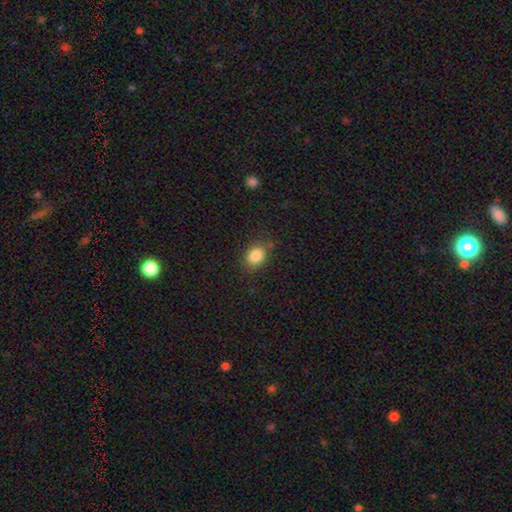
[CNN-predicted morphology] A smooth galaxy with no disk features (85%) that is in between round and cigar-shaped (59%).

Vote fractions:
- Smooth or featured? smooth: 85% / star or artifact: 10% / featured or disk: 5%
- How rounded? in between: 59% / round: 40% / cigar-shaped: 1%
- Merging? none: 81% / minor disturbance: 13% / major disturbance: 4% / merger: 2%